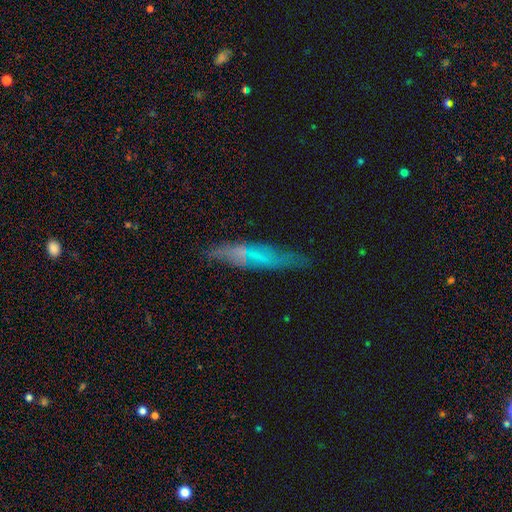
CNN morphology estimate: Smooth or featured? Predicted: featured or disk (p=0.48). Merging? Predicted: none (p=0.70).